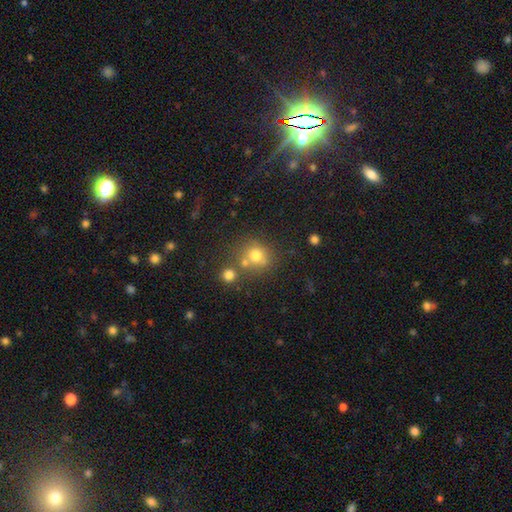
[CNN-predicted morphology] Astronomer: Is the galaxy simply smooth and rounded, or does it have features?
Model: smooth — 71%.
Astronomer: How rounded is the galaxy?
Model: round — 82%.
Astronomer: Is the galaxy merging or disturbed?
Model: none — 59%.